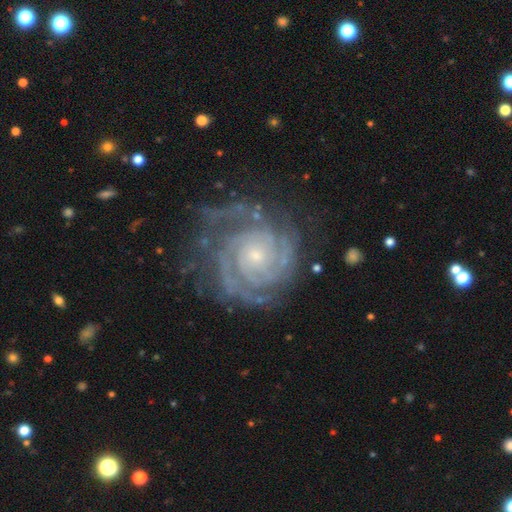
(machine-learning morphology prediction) This appears to be a featured or disk galaxy (90%) with no bar (77%), 2 (27%) tight (80%) spiral arms (98%) and a small central bulge (72%). Merging: none (70%).